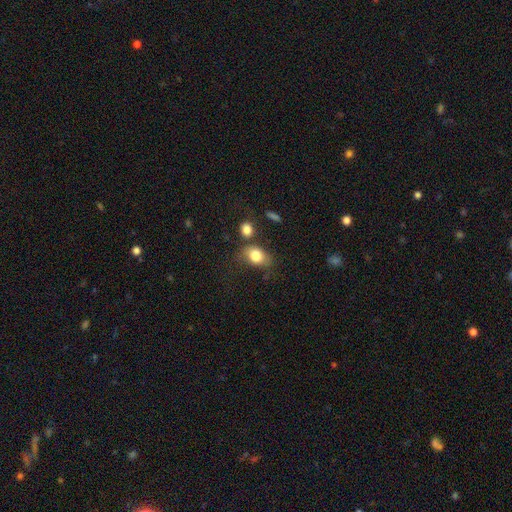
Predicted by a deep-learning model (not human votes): A smooth galaxy with no disk features (80%) that is in between round and cigar-shaped (75%). Merging: none (56%).